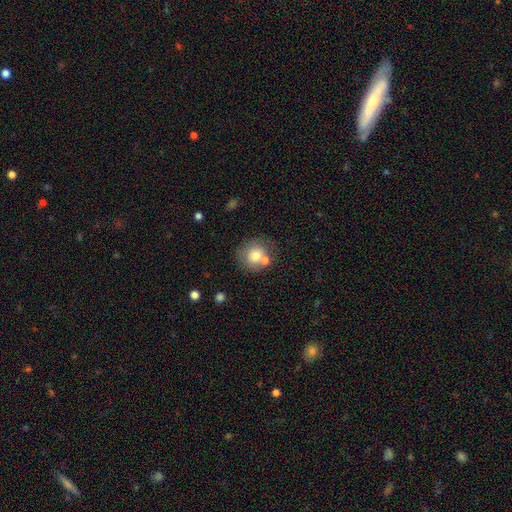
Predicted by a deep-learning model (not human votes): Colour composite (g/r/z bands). It shows a smooth galaxy with no disk features (72%) that is round (86%). Merging: none (59%).